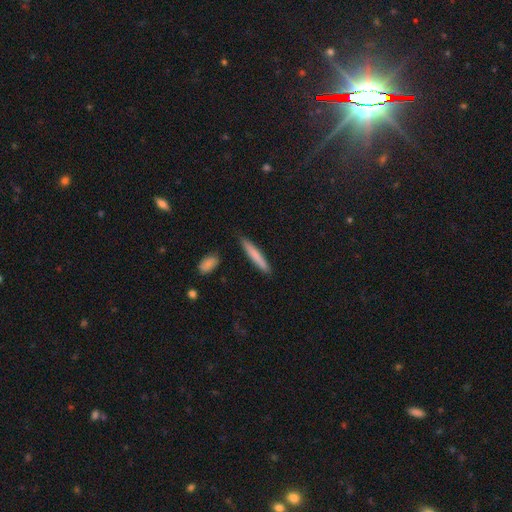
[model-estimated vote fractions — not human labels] This is likely a smooth galaxy (76%). How rounded: clearly cigar-shaped (94%). Merging: clearly none (88%).